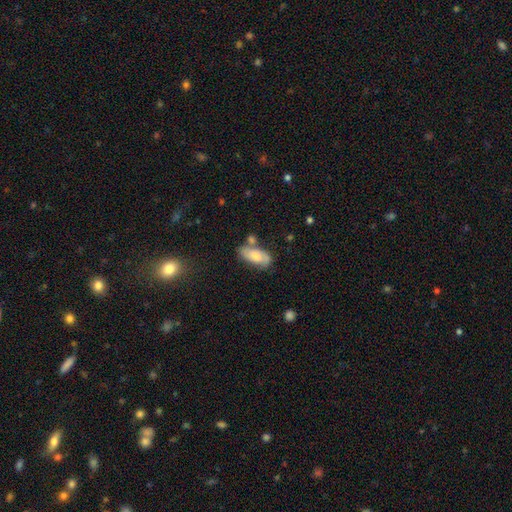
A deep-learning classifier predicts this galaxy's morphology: A smooth galaxy with no disk features (67%) that is in between round and cigar-shaped (86%).

Vote fractions:
- Smooth or featured? smooth: 67% / featured or disk: 27% / star or artifact: 7%
- How rounded? in between: 86% / cigar-shaped: 11% / round: 3%
- Merging? none: 58% / minor disturbance: 21% / merger: 15% / major disturbance: 6%